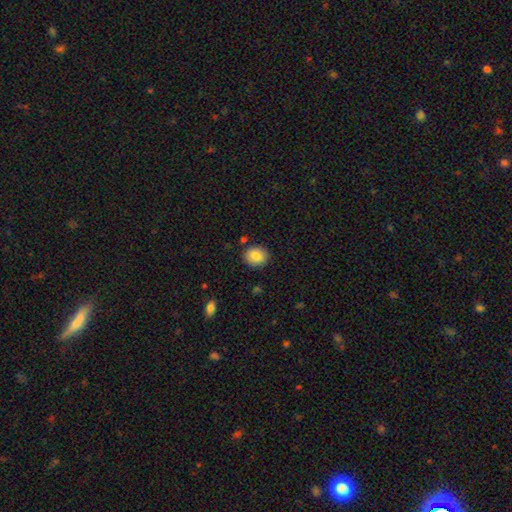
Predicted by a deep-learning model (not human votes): Morphology: type=smooth (85%); roundness=round (60%); merging=none (85%).